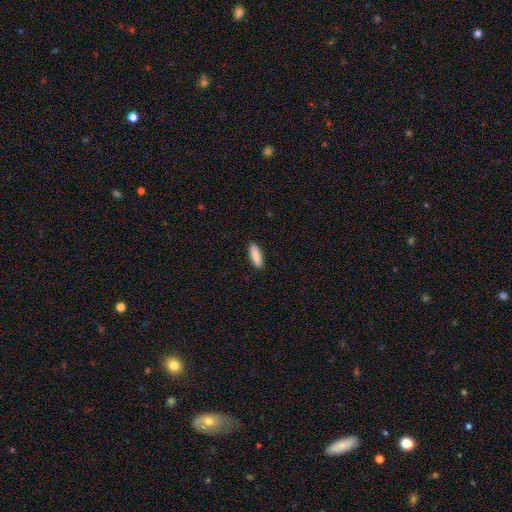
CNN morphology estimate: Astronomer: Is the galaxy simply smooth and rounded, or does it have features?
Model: smooth — 89%.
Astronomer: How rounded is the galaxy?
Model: in between — 60% (runner-up: cigar-shaped, 38%).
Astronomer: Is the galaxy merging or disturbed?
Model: none — 91%.